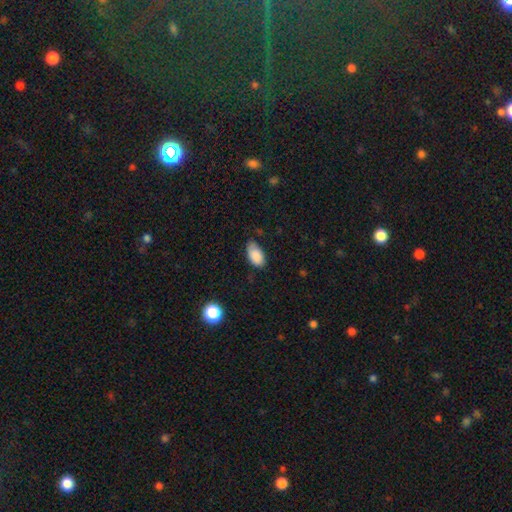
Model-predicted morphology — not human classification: A smooth galaxy with no disk features (87%) that is in between round and cigar-shaped (94%).

Vote fractions:
- Smooth or featured? smooth: 87% / star or artifact: 7% / featured or disk: 6%
- How rounded? in between: 94% / round: 4% / cigar-shaped: 2%
- Merging? none: 59% / minor disturbance: 33% / major disturbance: 6% / merger: 2%